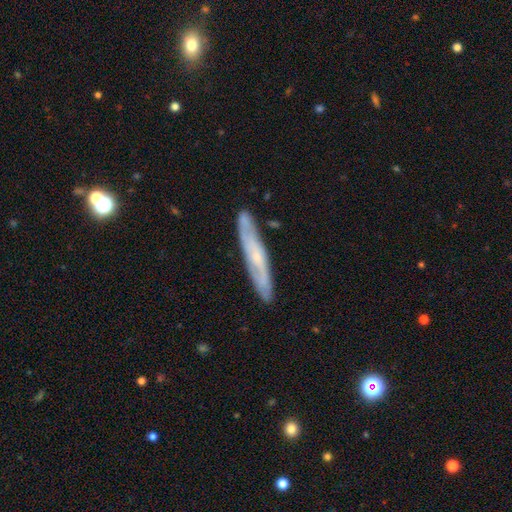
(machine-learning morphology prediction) A featured or disk galaxy (66%) viewed edge-on (59%).

Vote fractions:
- Smooth or featured? featured or disk: 66% / smooth: 28% / star or artifact: 6%
- Edge-on disk? yes: 59% / no: 41%
- Merging? none: 85% / minor disturbance: 12% / major disturbance: 2% / merger: 2%